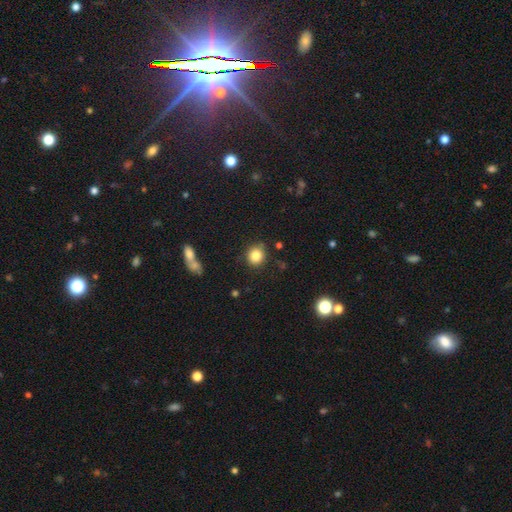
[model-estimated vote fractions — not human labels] smooth-or-featured: smooth: 84% | star or artifact: 10% | featured or disk: 6%
  how-rounded: round: 80% | in between: 19% | cigar-shaped: 1%
  merging: none: 82% | minor disturbance: 12% | major disturbance: 3% | merger: 3%